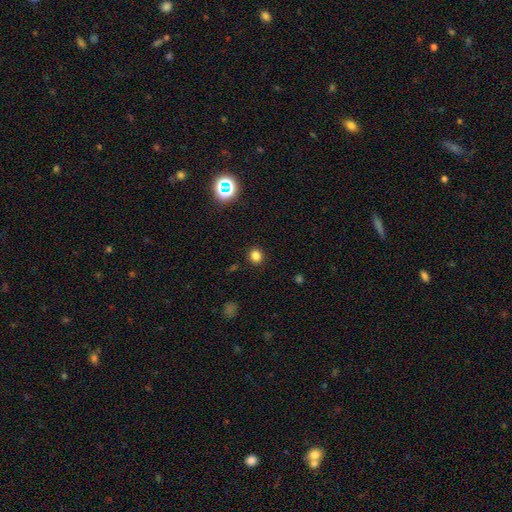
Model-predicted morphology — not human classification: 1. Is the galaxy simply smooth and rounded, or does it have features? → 80% smooth, 15% star or artifact, 4% featured or disk.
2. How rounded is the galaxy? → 87% round, 12% in between, 1% cigar-shaped.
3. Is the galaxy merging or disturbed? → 91% none, 6% minor disturbance, 2% major disturbance, 1% merger.